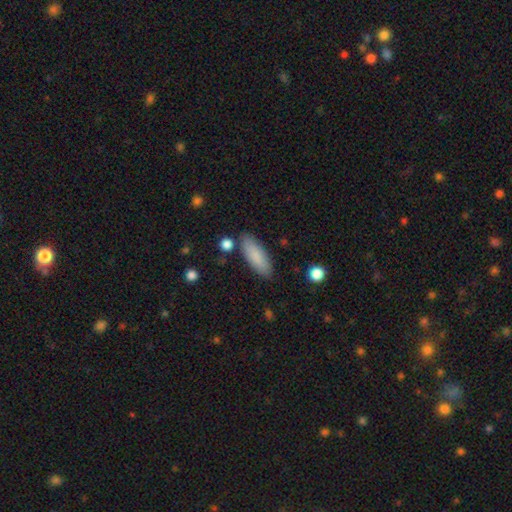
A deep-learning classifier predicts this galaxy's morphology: Q: Smooth or featured?
A: smooth (85%); runner-up: featured or disk (9%)
Q: How rounded?
A: in between (63%); runner-up: cigar-shaped (36%)
Q: Merging?
A: none (83%); runner-up: minor disturbance (11%)